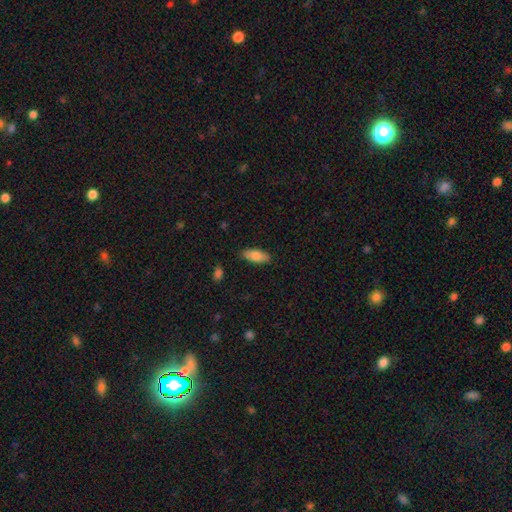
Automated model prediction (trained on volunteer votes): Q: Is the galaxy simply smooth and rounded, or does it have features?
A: smooth — 80%.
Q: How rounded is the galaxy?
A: in between — 80%.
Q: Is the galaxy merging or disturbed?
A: none — 86%.